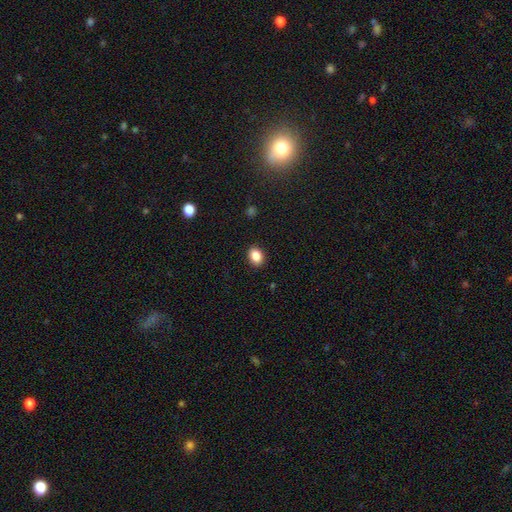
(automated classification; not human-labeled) Overall: smooth (86%). How rounded: in between (63%; round 36%). Merging: none (90%).